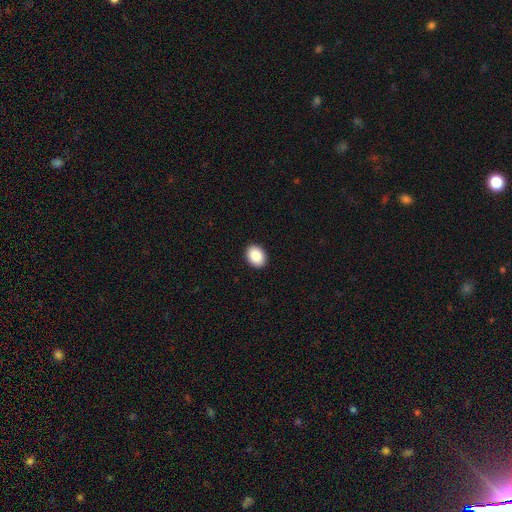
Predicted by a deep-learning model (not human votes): Overall: smooth (88%). How rounded: in between (75%). Merging: none (91%).